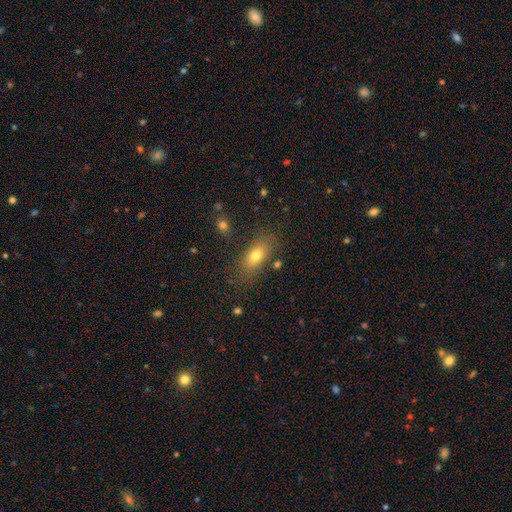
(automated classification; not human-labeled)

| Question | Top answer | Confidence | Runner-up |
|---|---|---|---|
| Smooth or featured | smooth | 74% | featured or disk (16%) |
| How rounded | in between | 79% | cigar-shaped (12%) |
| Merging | none | 76% | minor disturbance (15%) |